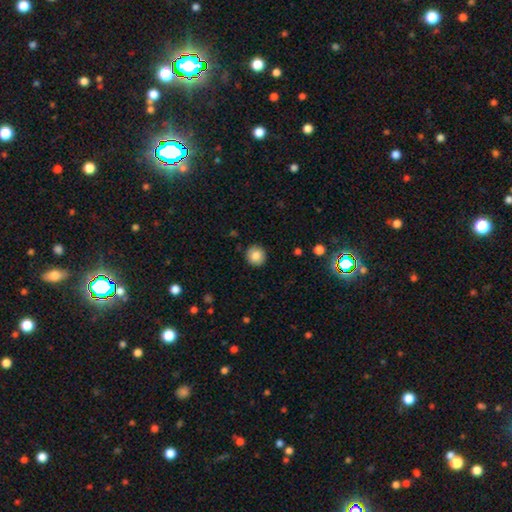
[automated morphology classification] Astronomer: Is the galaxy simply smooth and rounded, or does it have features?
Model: smooth — 84%.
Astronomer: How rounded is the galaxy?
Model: round — 93%.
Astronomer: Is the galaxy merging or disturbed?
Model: none — 90%.